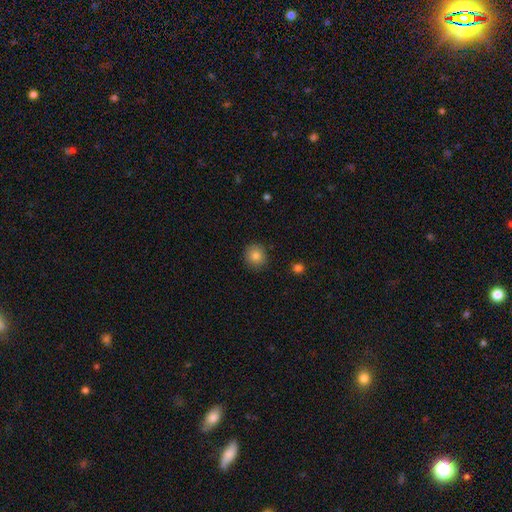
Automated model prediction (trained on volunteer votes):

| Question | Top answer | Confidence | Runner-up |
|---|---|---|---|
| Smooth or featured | smooth | 83% | star or artifact (10%) |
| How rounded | round | 91% | in between (8%) |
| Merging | none | 89% | minor disturbance (8%) |